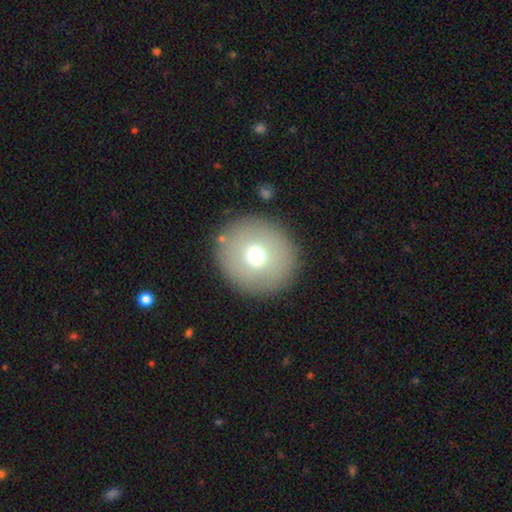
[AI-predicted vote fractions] A smooth galaxy with no disk features (66%) that is round (92%). Merging: none (88%).